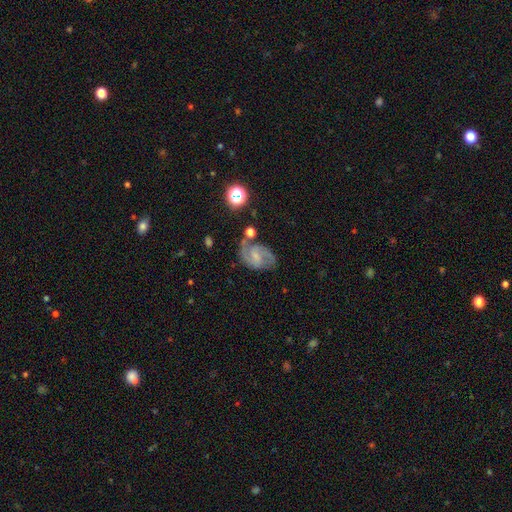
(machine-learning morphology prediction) type=featured or disk (76%); edge-on=no (97%); bar=weak (53%); spiral arms=yes (93%); winding=medium (53%); arm count=2 (84%); bulge=small (53%); merging=none (64%).